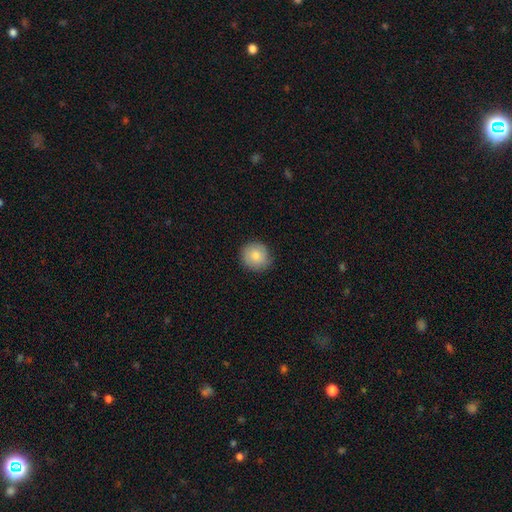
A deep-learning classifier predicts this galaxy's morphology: A smooth galaxy with no disk features (79%) that is round (90%).

Vote fractions:
- Smooth or featured? smooth: 79% / featured or disk: 14% / star or artifact: 7%
- How rounded? round: 90% / in between: 9% / cigar-shaped: 1%
- Merging? none: 85% / minor disturbance: 12% / major disturbance: 2% / merger: 1%